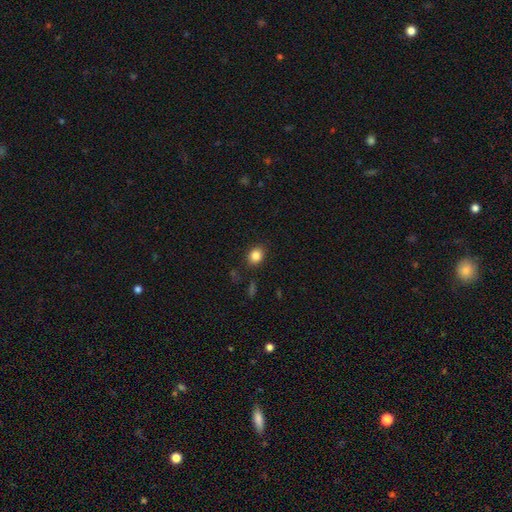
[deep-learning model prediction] This appears to be a smooth galaxy with no disk features (85%) that is round (56%). Merging: none (87%).